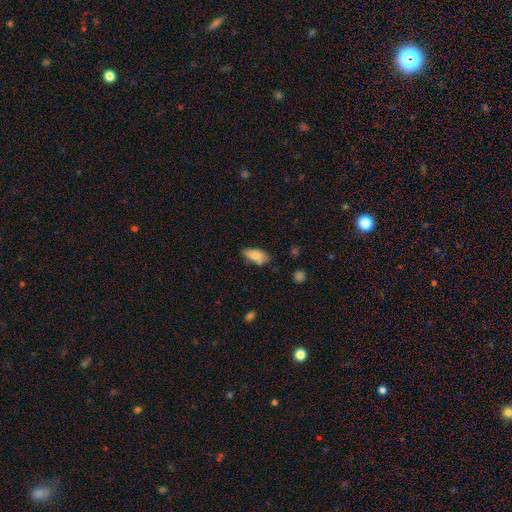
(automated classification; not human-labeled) smooth-or-featured: smooth: 83% | featured or disk: 10% | star or artifact: 7%
  how-rounded: in between: 89% | cigar-shaped: 8% | round: 3%
  merging: none: 66% | minor disturbance: 25% | major disturbance: 5% | merger: 4%